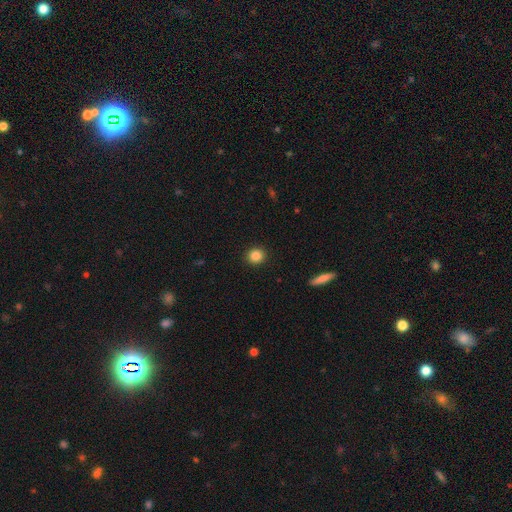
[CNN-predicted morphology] Overall: smooth (85%). How rounded: round (87%). Merging: none (92%).